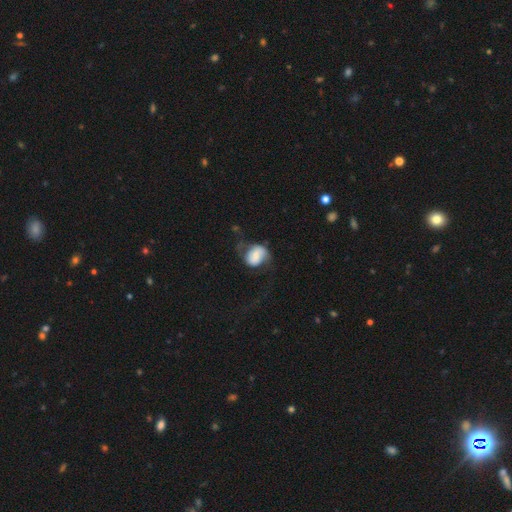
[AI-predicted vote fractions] Smooth or featured?
  - smooth: 48% *
  - featured or disk: 44%
  - star or artifact: 8%
Merging?
  - none: 41% *
  - major disturbance: 30%
  - minor disturbance: 26%
  - merger: 3%